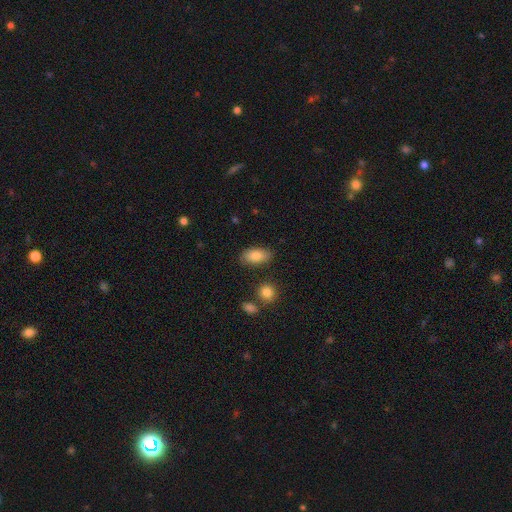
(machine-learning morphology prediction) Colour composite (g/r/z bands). It shows a smooth galaxy with no disk features (85%) that is in between round and cigar-shaped (90%). Merging: none (82%).